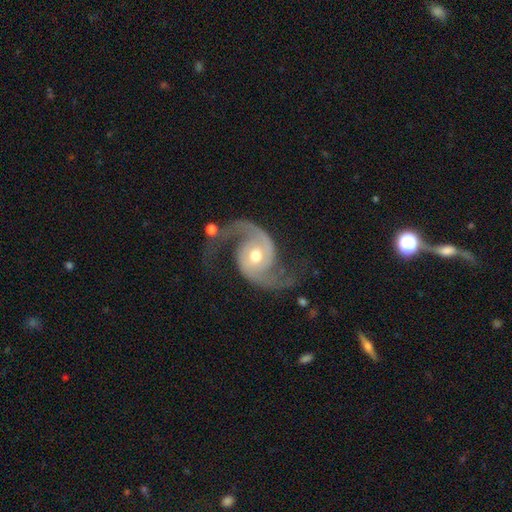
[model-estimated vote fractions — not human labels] A featured or disk galaxy (93%) with no bar (64%), 2 (94%) medium (48%) spiral arms (98%) and a moderate central bulge (73%). Merging: none (73%).